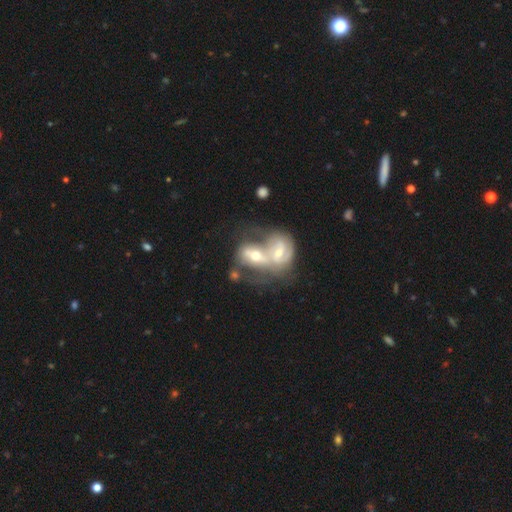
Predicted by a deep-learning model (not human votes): Smooth or featured? featured or disk (67%)
Edge-on disk? no (94%)
Bar? no (42%)
Spiral arms? yes (68%)
Bulge size? moderate (64%)
Merging? merger (78%)